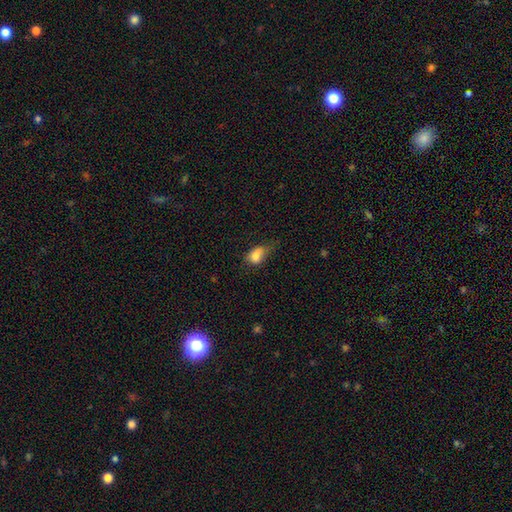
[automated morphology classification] A smooth galaxy with no disk features (80%) that is in between round and cigar-shaped (78%). Merging: minor disturbance (39%).